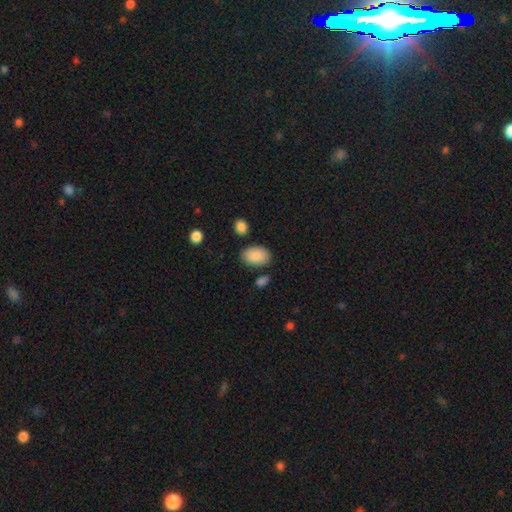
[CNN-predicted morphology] A smooth galaxy with no disk features (89%) that is in between round and cigar-shaped (90%).

Vote fractions:
- Smooth or featured? smooth: 89% / star or artifact: 7% / featured or disk: 5%
- How rounded? in between: 90% / round: 9% / cigar-shaped: 1%
- Merging? none: 77% / minor disturbance: 14% / merger: 5% / major disturbance: 4%